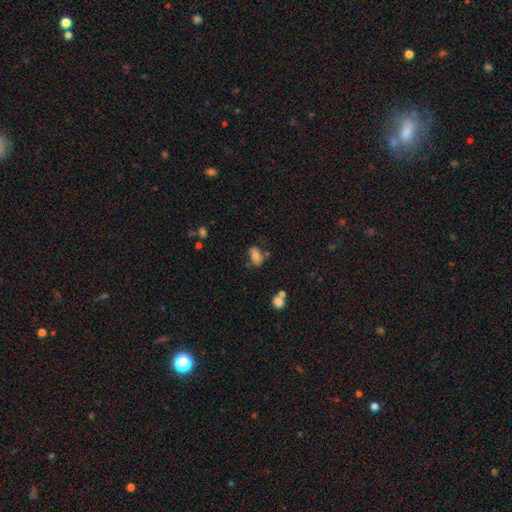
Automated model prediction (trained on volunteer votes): Morphology: type=smooth (76%); roundness=in between (86%); merging=none (56%).